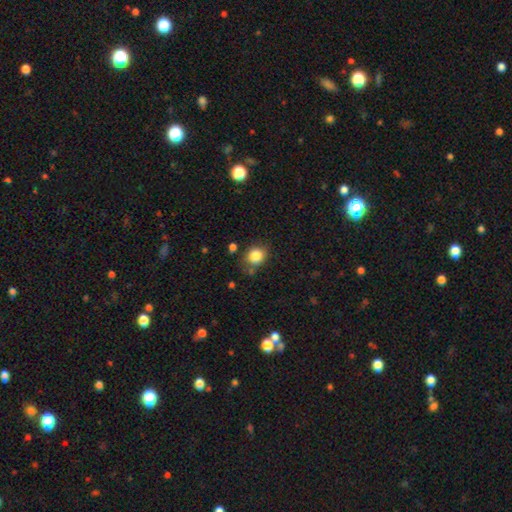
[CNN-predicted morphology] Smooth or featured? smooth (84%)
How rounded? round (71%)
Merging? none (74%)